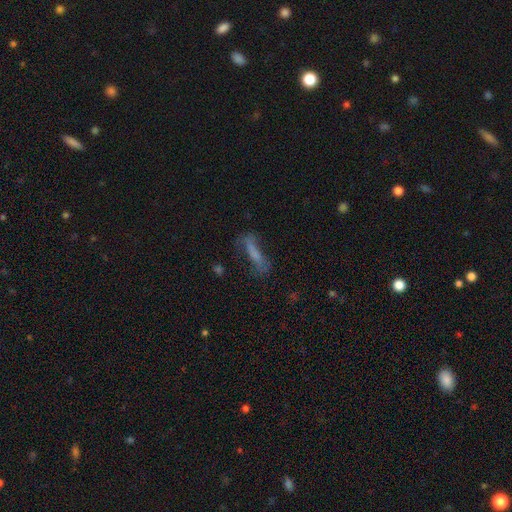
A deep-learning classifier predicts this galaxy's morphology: Smooth or featured?
  - smooth: 50% *
  - featured or disk: 36%
  - star or artifact: 14%
How rounded?
  - cigar-shaped: 75% *
  - in between: 22%
  - round: 3%
Merging?
  - none: 57% *
  - minor disturbance: 23%
  - major disturbance: 17%
  - merger: 4%